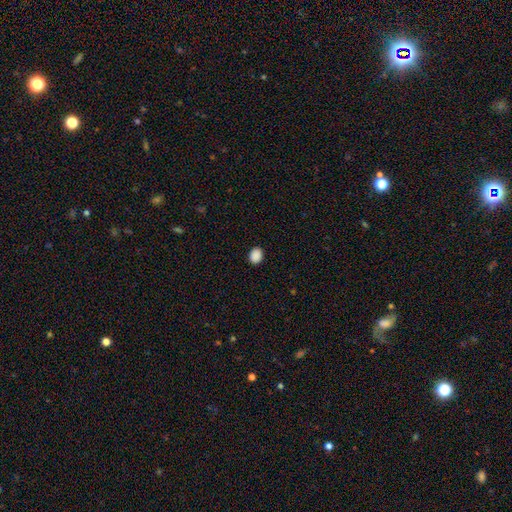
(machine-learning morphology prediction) This is clearly a smooth galaxy (89%). How rounded: possibly in between (52%). Merging: clearly none (91%).